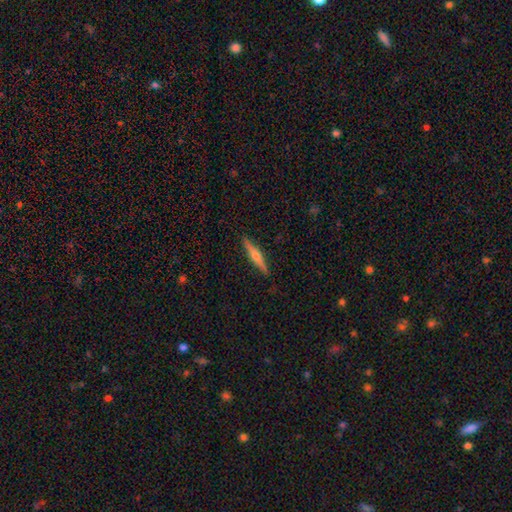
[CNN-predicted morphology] Smooth or featured? featured or disk (61%)
Edge-on disk? yes (97%)
Edge-on bulge? rounded (87%)
Merging? none (91%)